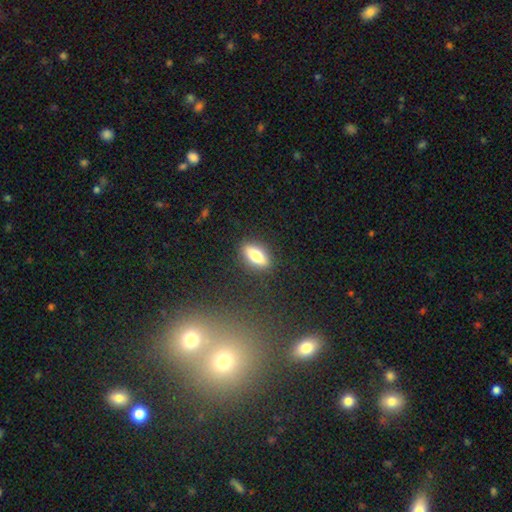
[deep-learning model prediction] Morphology: type=smooth (68%); roundness=in between (69%); merging=none (87%).